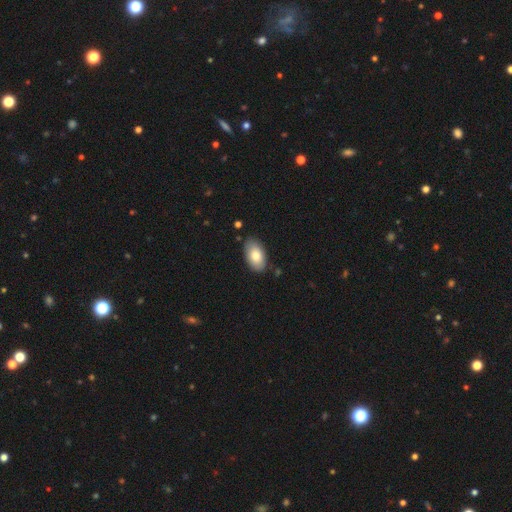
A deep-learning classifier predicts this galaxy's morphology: This appears to be a smooth galaxy with no disk features (80%) that is in between round and cigar-shaped (95%). Merging: none (83%).